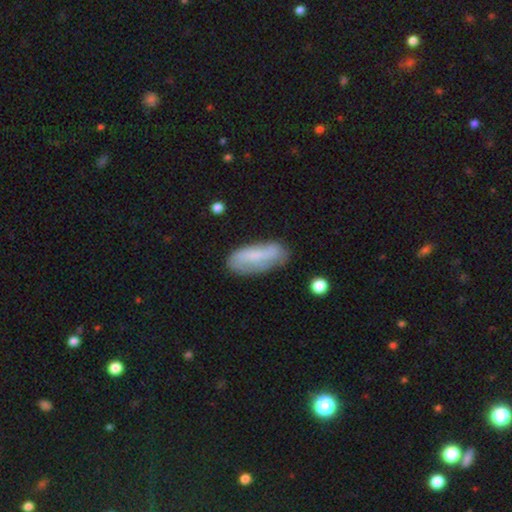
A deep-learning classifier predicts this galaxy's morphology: A smooth galaxy with no disk features (64%) that is in between round and cigar-shaped (73%). Merging: none (64%).